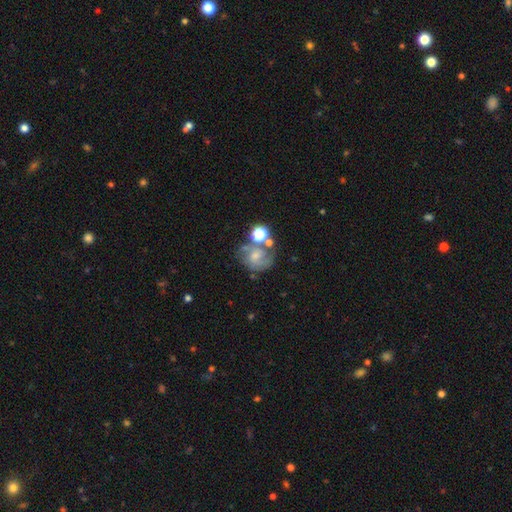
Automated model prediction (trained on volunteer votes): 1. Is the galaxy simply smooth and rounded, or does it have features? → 56% featured or disk, 30% smooth, 14% star or artifact.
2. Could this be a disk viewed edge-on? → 97% no, 3% yes.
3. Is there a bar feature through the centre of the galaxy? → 53% no, 37% weak, 9% strong.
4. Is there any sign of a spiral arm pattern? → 81% yes, 19% no.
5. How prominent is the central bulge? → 39% small, 36% moderate, 15% none, 7% large, 2% dominant.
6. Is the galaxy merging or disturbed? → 44% none, 21% merger, 19% minor disturbance, 15% major disturbance.